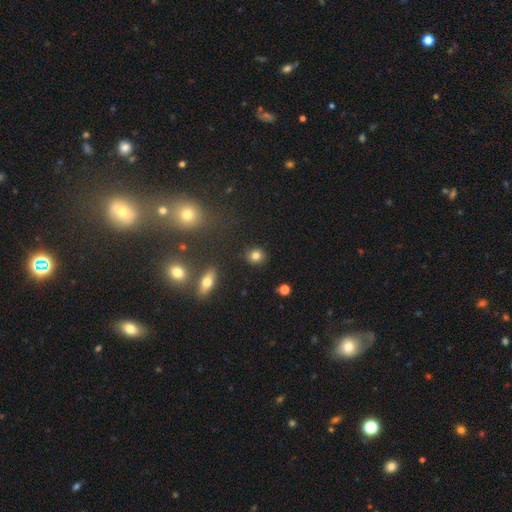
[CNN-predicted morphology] Smooth or featured? smooth (81%)
How rounded? round (82%)
Merging? none (87%)